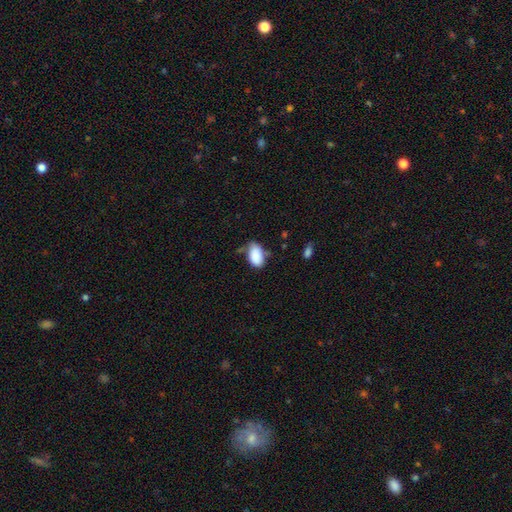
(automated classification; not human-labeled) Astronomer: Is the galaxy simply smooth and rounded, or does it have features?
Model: smooth — 87%.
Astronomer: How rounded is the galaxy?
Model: in between — 93%.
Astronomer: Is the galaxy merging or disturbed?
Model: none — 60%.